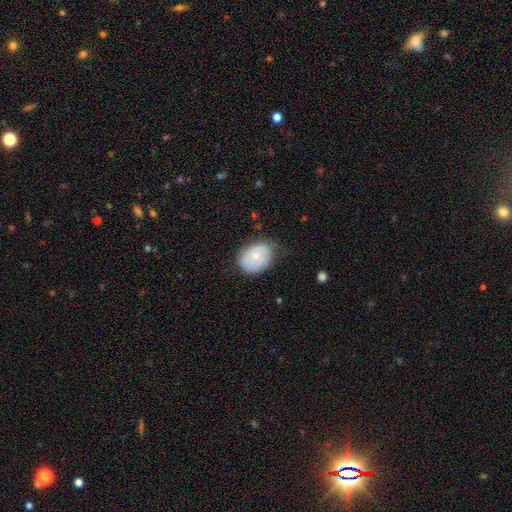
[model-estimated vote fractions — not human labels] Smooth or featured? Predicted: smooth (p=0.63). How rounded? Predicted: in between (p=0.65). Merging? Predicted: none (p=0.62).